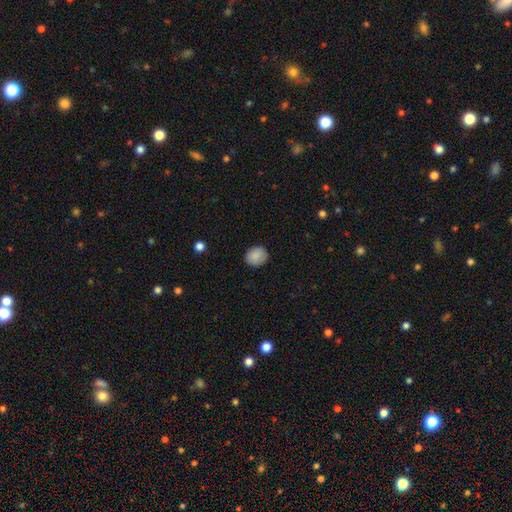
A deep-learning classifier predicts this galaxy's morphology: Smooth or featured? smooth (87%)
How rounded? round (70%)
Merging? none (86%)